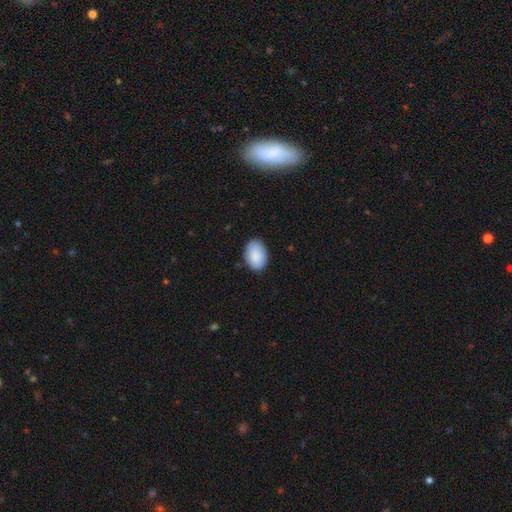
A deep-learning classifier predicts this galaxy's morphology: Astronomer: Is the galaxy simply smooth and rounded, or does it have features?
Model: smooth — 87%.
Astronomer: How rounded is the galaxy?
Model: in between — 83%.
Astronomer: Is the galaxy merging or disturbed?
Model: none — 81%.